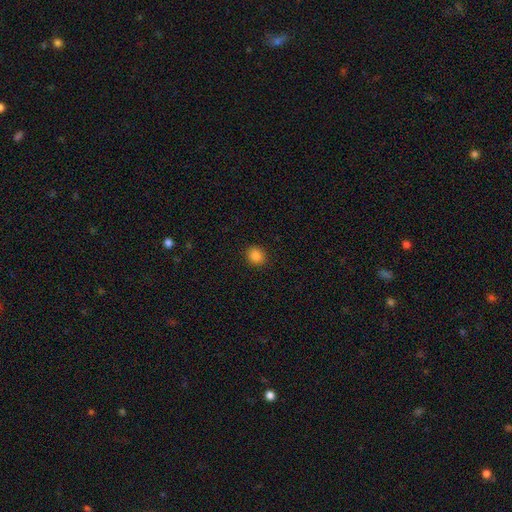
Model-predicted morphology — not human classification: Q: Smooth or featured?
A: smooth (85%); runner-up: star or artifact (11%)
Q: How rounded?
A: round (74%); runner-up: in between (26%)
Q: Merging?
A: none (91%); runner-up: minor disturbance (6%)